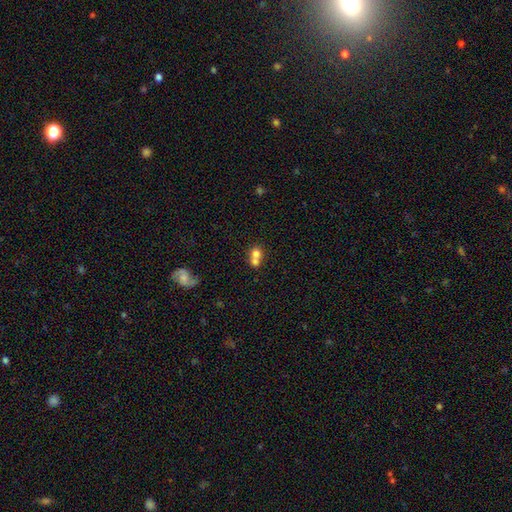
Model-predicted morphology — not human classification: smooth_or_featured: smooth (p=0.70) [alt: featured or disk p=0.18]
how_rounded: round (p=0.71) [alt: in between p=0.28]
merging: merger (p=0.66) [alt: none p=0.26]